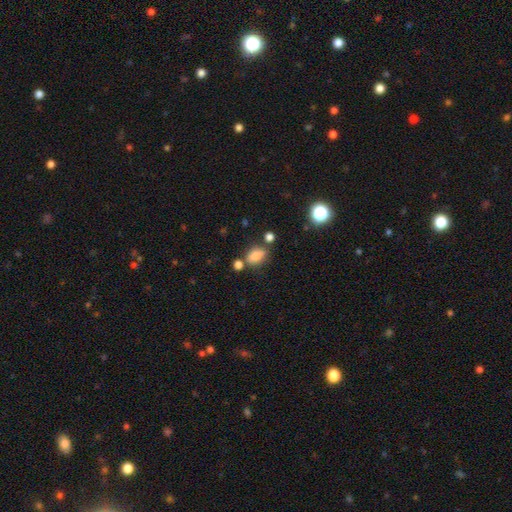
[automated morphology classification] type=smooth (81%); roundness=in between (81%); merging=none (65%).